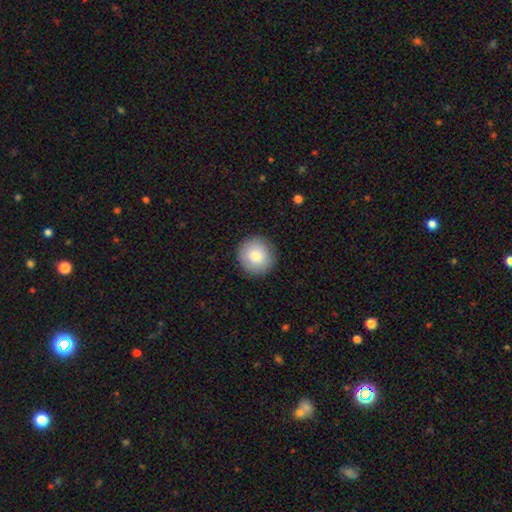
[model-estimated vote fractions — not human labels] Smooth or featured? Predicted: smooth (p=0.82). How rounded? Predicted: round (p=0.95). Merging? Predicted: none (p=0.91).